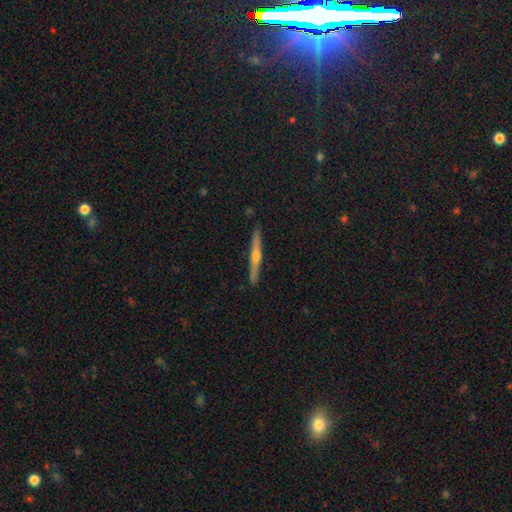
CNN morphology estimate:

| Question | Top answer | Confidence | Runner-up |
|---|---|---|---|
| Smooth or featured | featured or disk | 71% | smooth (23%) |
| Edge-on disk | yes | 98% | no (2%) |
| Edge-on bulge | rounded | 88% | none (9%) |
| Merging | none | 91% | minor disturbance (6%) |